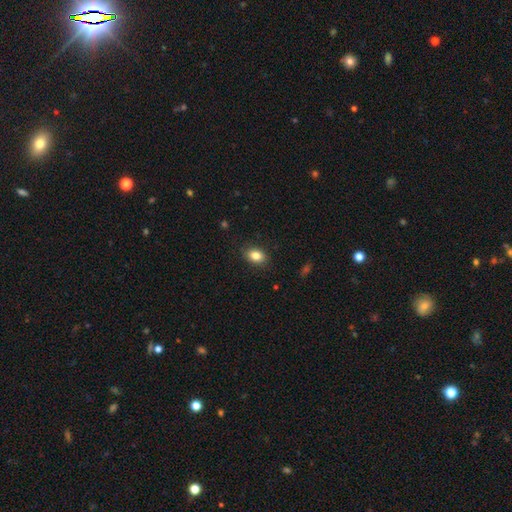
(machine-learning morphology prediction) Smooth or featured: smooth — 85% (star or artifact — 9%)
How rounded: in between — 78% (round — 21%)
Merging: none — 86% (minor disturbance — 11%)